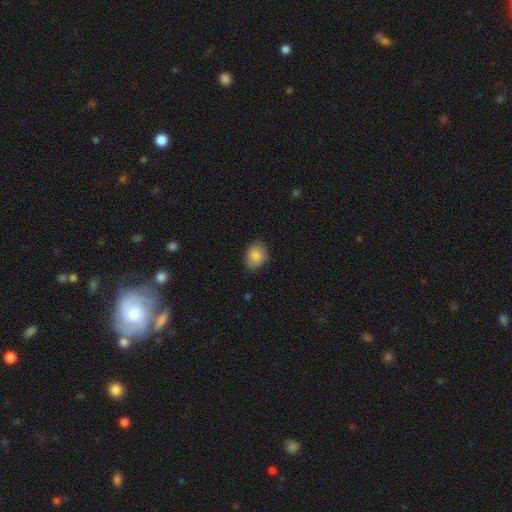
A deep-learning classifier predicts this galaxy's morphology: Smooth or featured?
  - smooth: 86% *
  - star or artifact: 7%
  - featured or disk: 7%
How rounded?
  - in between: 72% *
  - round: 27%
  - cigar-shaped: 1%
Merging?
  - none: 79% *
  - minor disturbance: 17%
  - major disturbance: 3%
  - merger: 1%